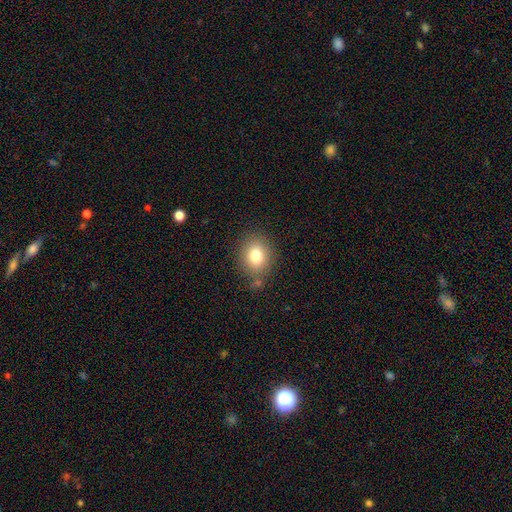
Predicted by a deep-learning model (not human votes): This is likely a smooth galaxy (80%). How rounded: possibly round (52%). Merging: likely none (80%).